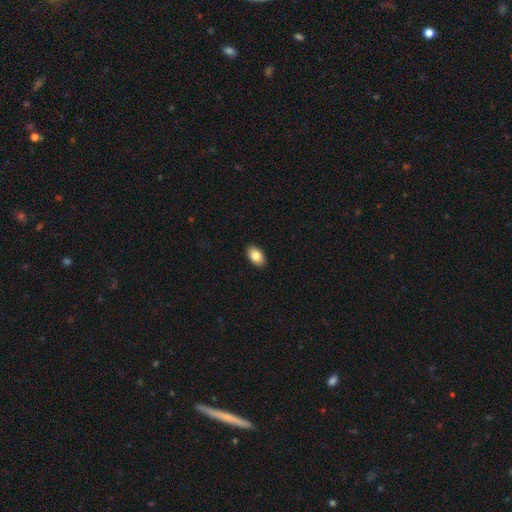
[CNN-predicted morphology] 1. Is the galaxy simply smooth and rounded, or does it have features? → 84% smooth, 9% featured or disk, 7% star or artifact.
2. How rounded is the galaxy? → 92% in between, 7% round, 1% cigar-shaped.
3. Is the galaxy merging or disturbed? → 91% none, 7% minor disturbance, 2% major disturbance, 1% merger.